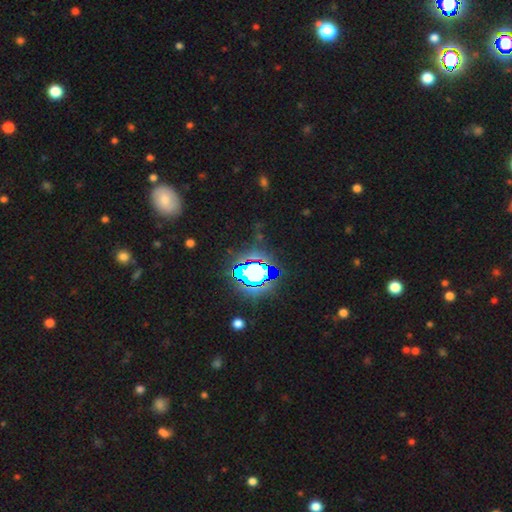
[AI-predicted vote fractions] Smooth or featured: star or artifact — 79% (smooth — 12%)